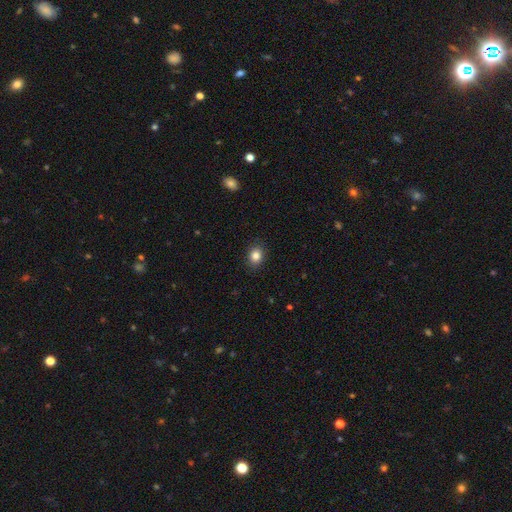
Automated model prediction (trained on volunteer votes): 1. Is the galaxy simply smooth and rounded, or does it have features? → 84% smooth, 10% star or artifact, 5% featured or disk.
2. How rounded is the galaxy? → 53% round, 47% in between, 1% cigar-shaped.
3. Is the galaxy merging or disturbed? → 89% none, 8% minor disturbance, 2% major disturbance, 1% merger.